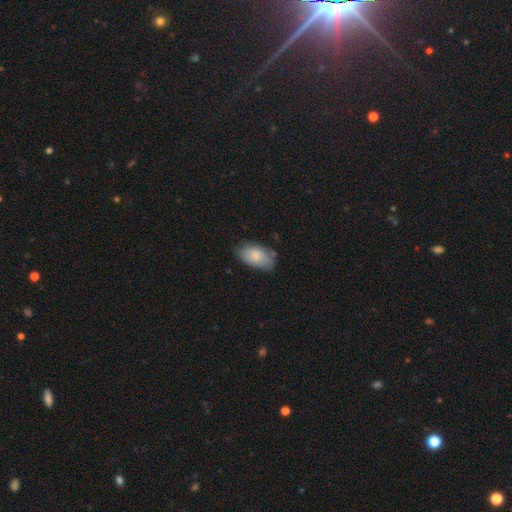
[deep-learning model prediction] Q: Smooth or featured?
A: smooth (82%); runner-up: featured or disk (12%)
Q: How rounded?
A: in between (94%); runner-up: round (4%)
Q: Merging?
A: none (68%); runner-up: minor disturbance (24%)